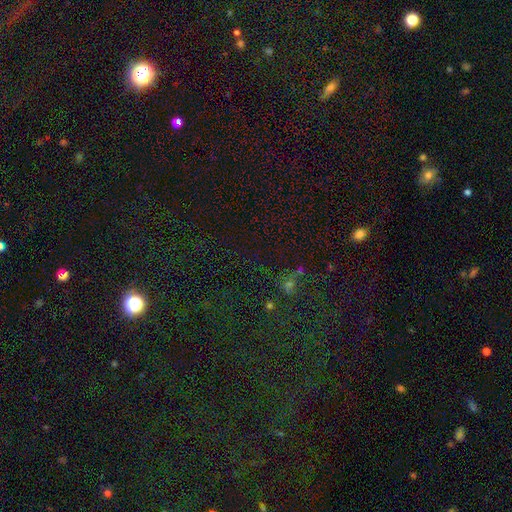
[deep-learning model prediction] This is likely a star or artifact rather than a galaxy (67%).